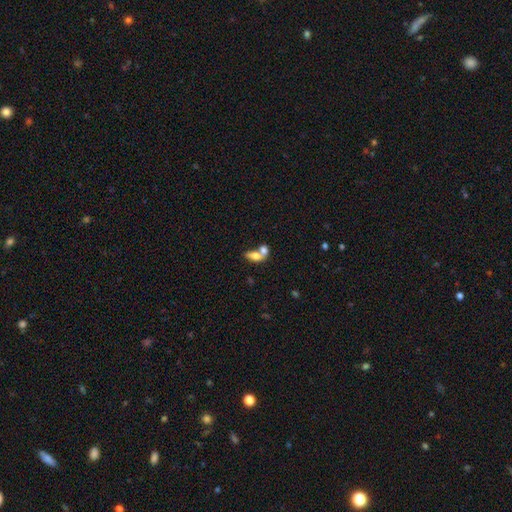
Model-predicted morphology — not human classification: This appears to be a smooth galaxy with no disk features (71%) that is in between round and cigar-shaped (80%). Merging: merger (65%).